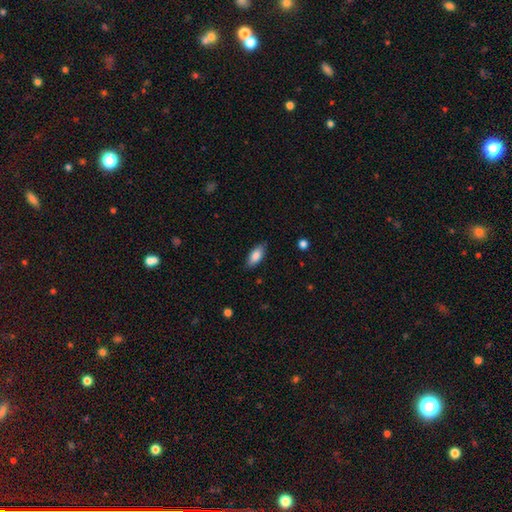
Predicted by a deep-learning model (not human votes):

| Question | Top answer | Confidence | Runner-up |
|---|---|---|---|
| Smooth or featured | smooth | 83% | featured or disk (10%) |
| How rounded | in between | 84% | cigar-shaped (13%) |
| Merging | none | 84% | minor disturbance (12%) |